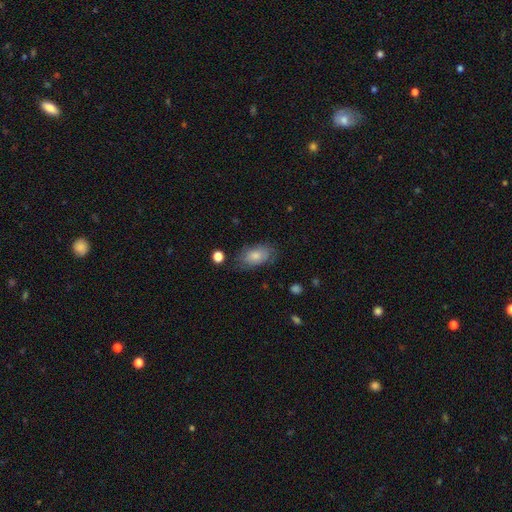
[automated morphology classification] Smooth or featured: smooth — 76% (featured or disk — 17%)
How rounded: in between — 91% (round — 7%)
Merging: none — 70% (minor disturbance — 22%)